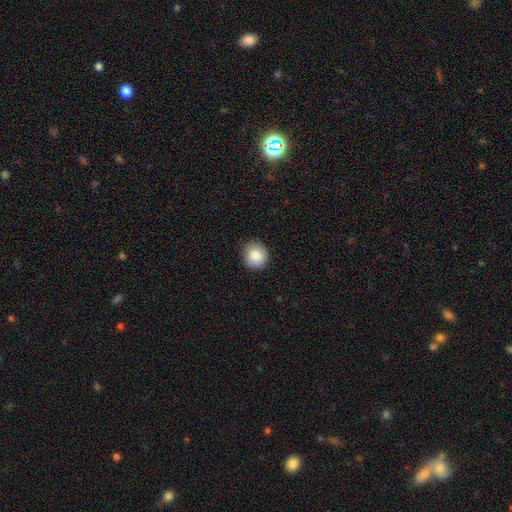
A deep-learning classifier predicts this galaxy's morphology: Smooth or featured?
  - smooth: 87% *
  - star or artifact: 8%
  - featured or disk: 5%
How rounded?
  - round: 87% *
  - in between: 12%
  - cigar-shaped: 1%
Merging?
  - none: 89% *
  - minor disturbance: 8%
  - major disturbance: 2%
  - merger: 1%